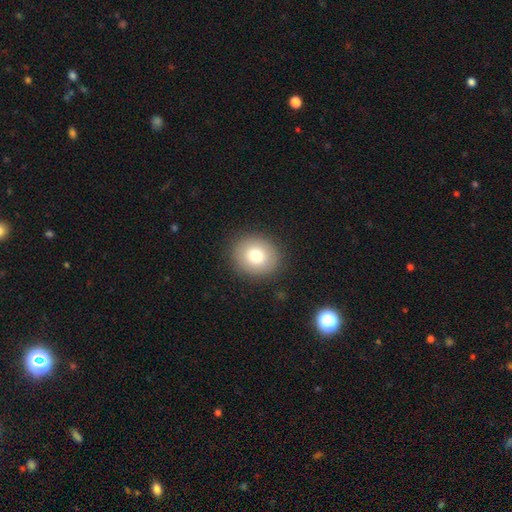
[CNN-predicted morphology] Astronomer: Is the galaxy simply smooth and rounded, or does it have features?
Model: smooth — 77%.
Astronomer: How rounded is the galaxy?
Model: round — 80%.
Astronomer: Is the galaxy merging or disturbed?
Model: none — 89%.